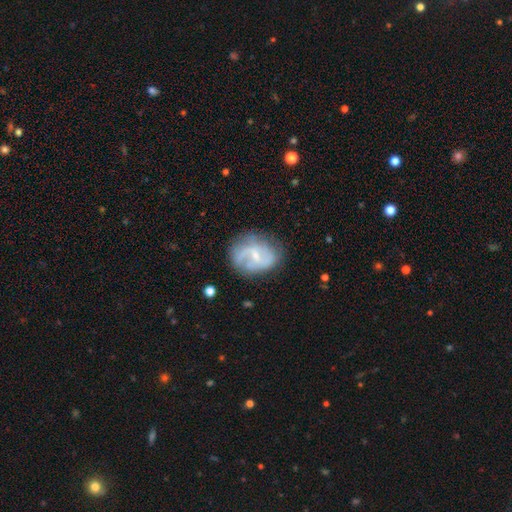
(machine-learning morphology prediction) smooth_or_featured: featured or disk (p=0.74) [alt: smooth p=0.19]
disk_edge_on: no (p=0.97) [alt: yes p=0.03]
bar: weak (p=0.54) [alt: no p=0.31]
has_spiral_arms: yes (p=0.87) [alt: no p=0.13]
spiral_winding: medium (p=0.43) [alt: loose p=0.36]
spiral_arm_count: 2 (p=0.61) [alt: can't tell p=0.19]
bulge_size: small (p=0.67) [alt: moderate p=0.25]
merging: none (p=0.63) [alt: minor disturbance p=0.22]